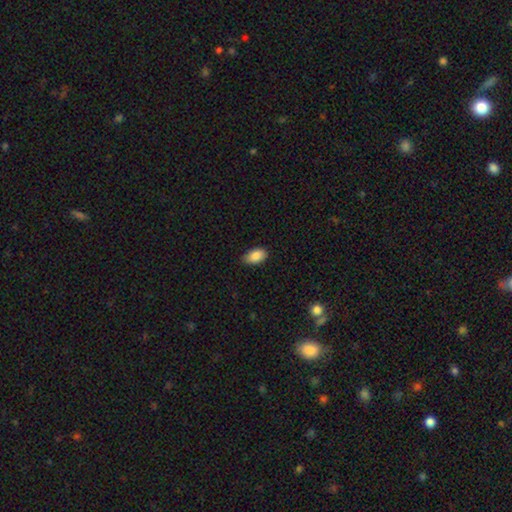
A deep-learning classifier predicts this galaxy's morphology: This is clearly a smooth galaxy (87%). How rounded: clearly in between (93%). Merging: clearly none (82%).